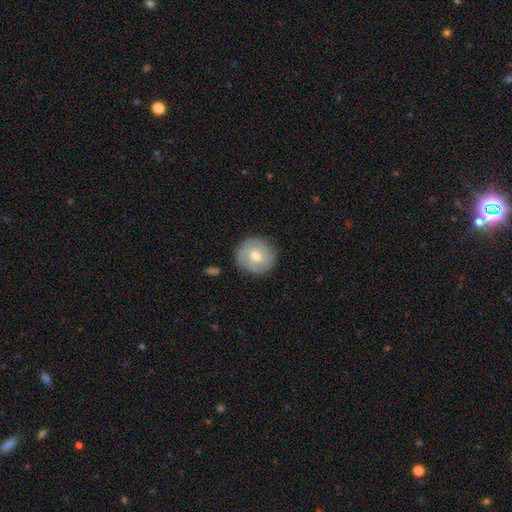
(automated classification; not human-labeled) featured or disk 47%, smooth 46%, star or artifact 8%. Down the decision tree: merging — none (83%).